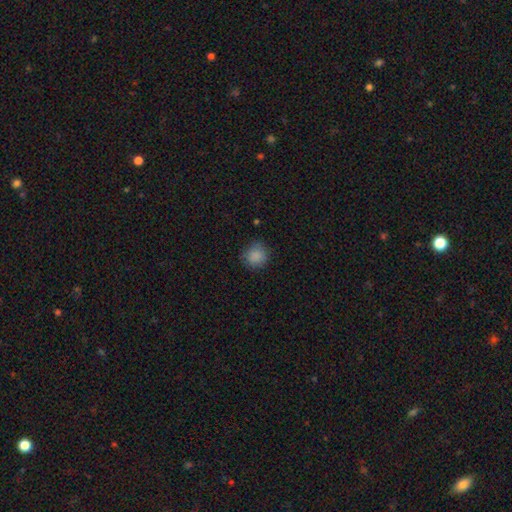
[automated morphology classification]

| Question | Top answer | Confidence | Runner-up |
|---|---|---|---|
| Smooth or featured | smooth | 86% | star or artifact (9%) |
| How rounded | round | 88% | in between (11%) |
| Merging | none | 79% | minor disturbance (15%) |